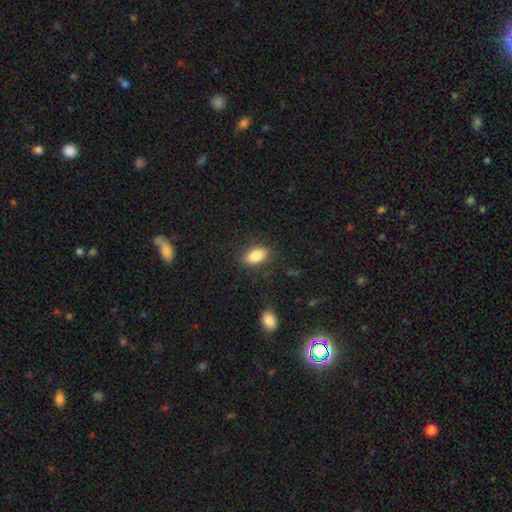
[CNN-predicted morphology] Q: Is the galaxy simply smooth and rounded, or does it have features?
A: smooth — 86%.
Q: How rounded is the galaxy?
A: in between — 89%.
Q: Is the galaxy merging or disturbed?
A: none — 85%.